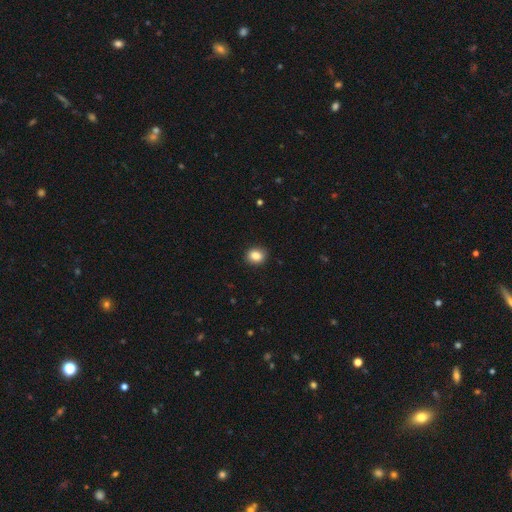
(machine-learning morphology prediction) This appears to be a smooth galaxy with no disk features (85%) that is round (59%). Merging: none (90%).